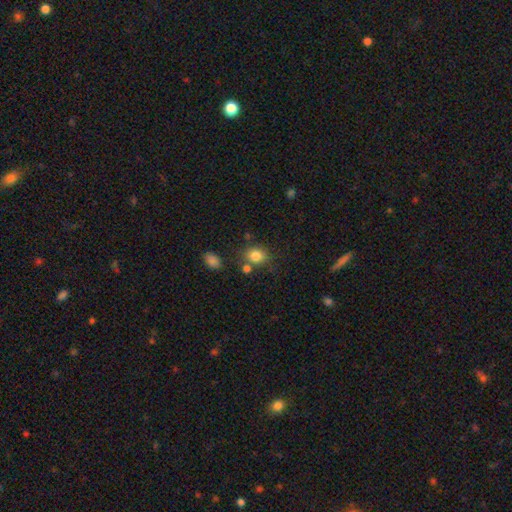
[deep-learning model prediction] Q: Smooth or featured?
A: smooth (83%); runner-up: star or artifact (11%)
Q: How rounded?
A: round (54%); runner-up: in between (45%)
Q: Merging?
A: none (69%); runner-up: minor disturbance (14%)